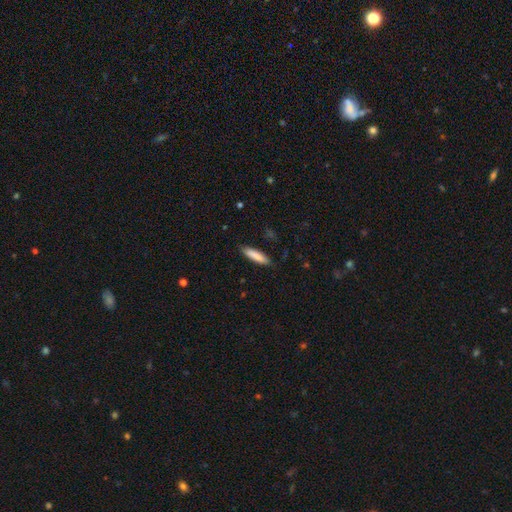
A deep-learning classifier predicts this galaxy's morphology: A smooth galaxy with no disk features (85%) that is cigar-shaped (77%). Merging: none (87%).